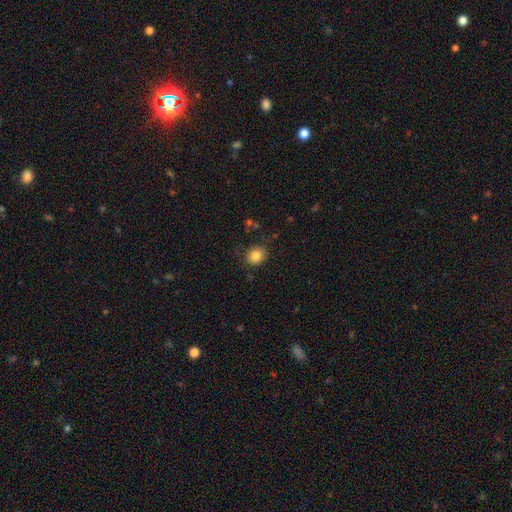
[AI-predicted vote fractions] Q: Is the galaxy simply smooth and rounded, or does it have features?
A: smooth — 84%.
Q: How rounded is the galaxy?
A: round — 66%.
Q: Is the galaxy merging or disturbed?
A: none — 83%.